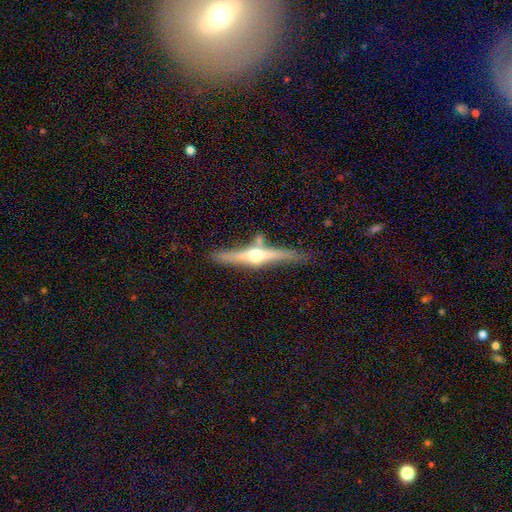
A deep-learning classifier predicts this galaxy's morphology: A featured or disk galaxy (75%) viewed edge-on (97%) with a rounded central bulge (95%). Merging: none (71%).